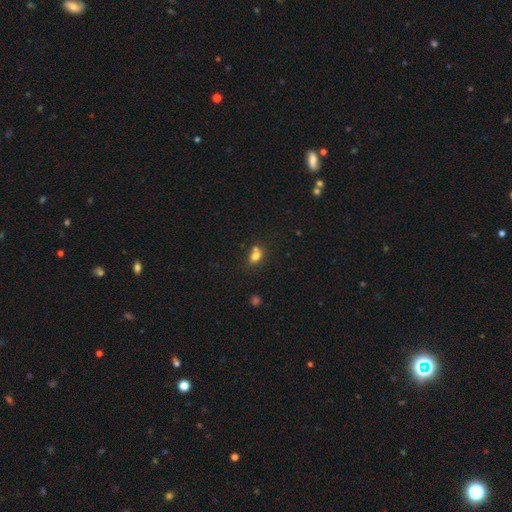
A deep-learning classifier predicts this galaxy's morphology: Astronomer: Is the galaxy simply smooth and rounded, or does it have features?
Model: smooth — 76%.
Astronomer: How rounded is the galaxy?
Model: in between — 58% (runner-up: round, 40%).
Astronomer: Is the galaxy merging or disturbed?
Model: none — 46% (runner-up: merger, 36%).